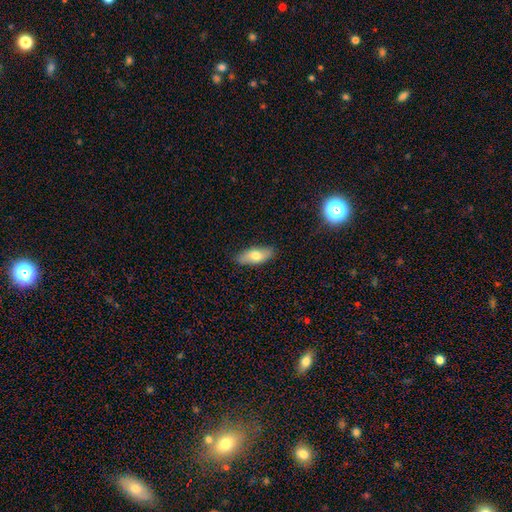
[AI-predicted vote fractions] A smooth galaxy with no disk features (69%) that is in between round and cigar-shaped (77%). Merging: none (85%).